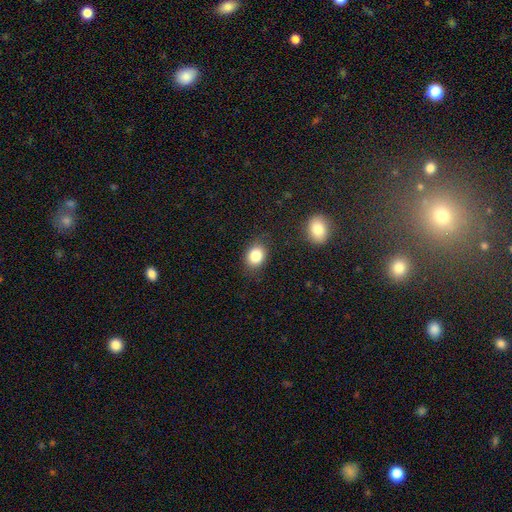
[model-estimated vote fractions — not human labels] smooth 83%, star or artifact 10%, featured or disk 7%. Down the decision tree: how rounded — in between (59%); merging — none (83%).